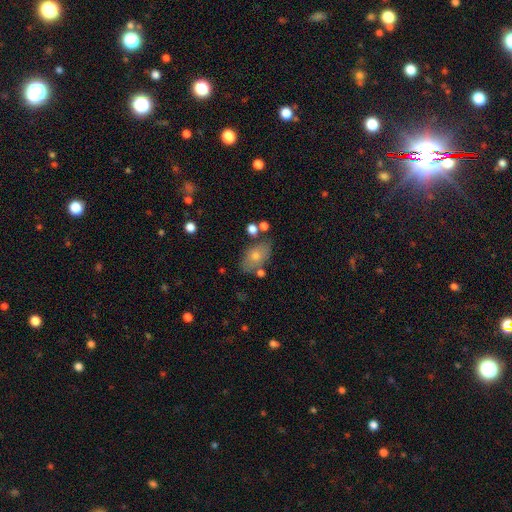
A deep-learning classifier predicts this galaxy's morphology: Smooth or featured?
  - smooth: 65% *
  - featured or disk: 24%
  - star or artifact: 11%
How rounded?
  - in between: 87% *
  - round: 10%
  - cigar-shaped: 2%
Merging?
  - none: 74% *
  - minor disturbance: 14%
  - merger: 8%
  - major disturbance: 4%